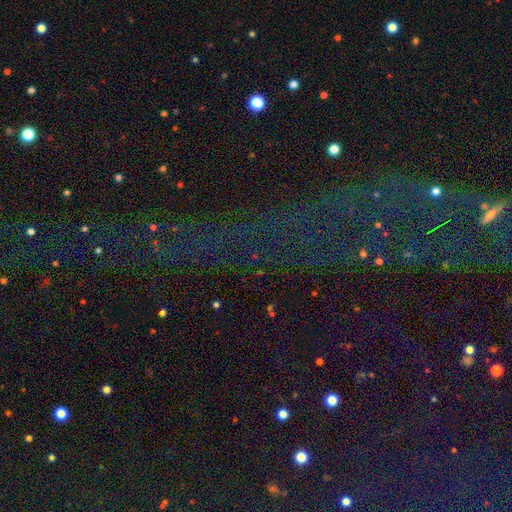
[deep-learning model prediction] Q: Smooth or featured?
A: star or artifact (77%); runner-up: featured or disk (12%)